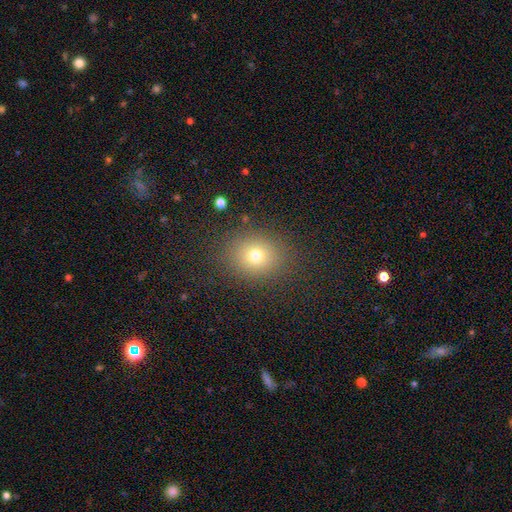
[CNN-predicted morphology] Smooth or featured: smooth — 72% (star or artifact — 17%)
How rounded: round — 68% (in between — 31%)
Merging: none — 86% (minor disturbance — 8%)